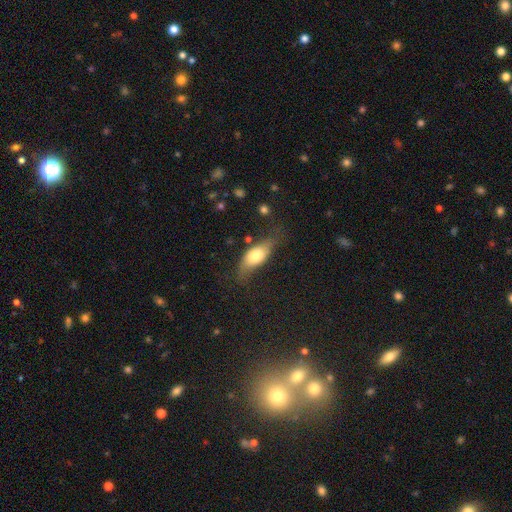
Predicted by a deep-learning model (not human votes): A smooth galaxy with no disk features (68%) that is in between round and cigar-shaped (79%). Merging: none (56%).